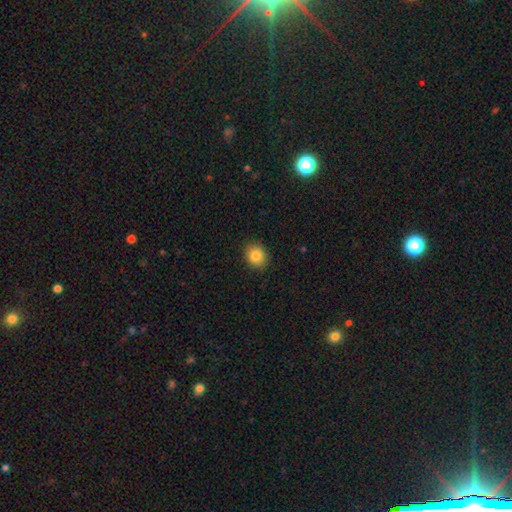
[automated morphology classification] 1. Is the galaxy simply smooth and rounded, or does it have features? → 84% smooth, 9% star or artifact, 6% featured or disk.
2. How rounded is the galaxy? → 65% round, 34% in between, 1% cigar-shaped.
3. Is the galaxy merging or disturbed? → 90% none, 8% minor disturbance, 2% major disturbance, 1% merger.